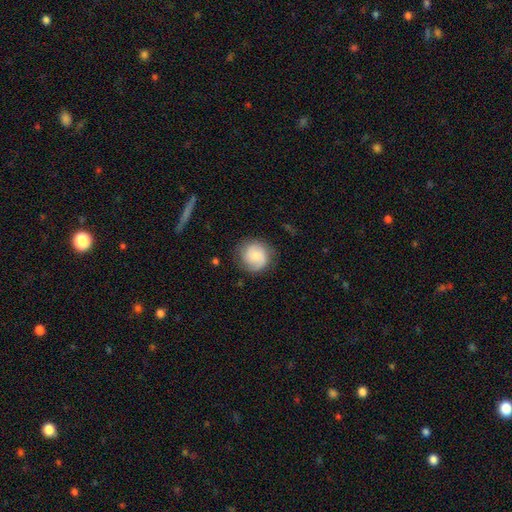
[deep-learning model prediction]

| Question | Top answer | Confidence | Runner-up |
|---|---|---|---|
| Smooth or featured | smooth | 60% | featured or disk (33%) |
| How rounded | round | 89% | in between (10%) |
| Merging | none | 77% | minor disturbance (16%) |